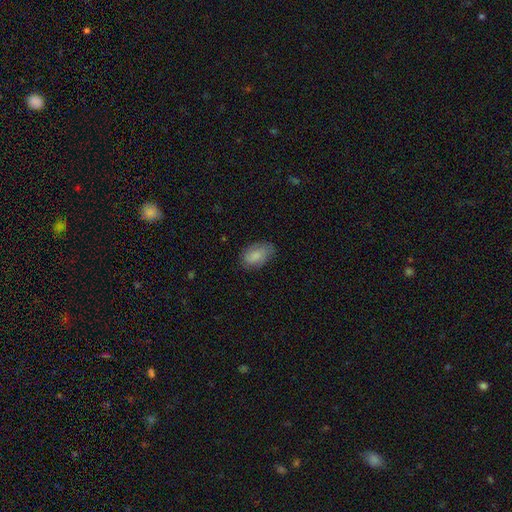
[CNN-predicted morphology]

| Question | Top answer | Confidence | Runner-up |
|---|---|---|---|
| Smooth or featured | smooth | 84% | featured or disk (9%) |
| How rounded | in between | 92% | round (7%) |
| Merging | none | 70% | minor disturbance (23%) |